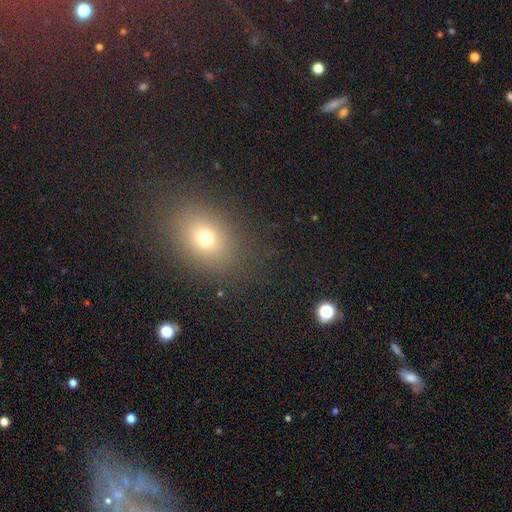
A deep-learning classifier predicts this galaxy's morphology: smooth 58%, star or artifact 30%, featured or disk 12%. Down the decision tree: how rounded — in between (61%); merging — none (89%).